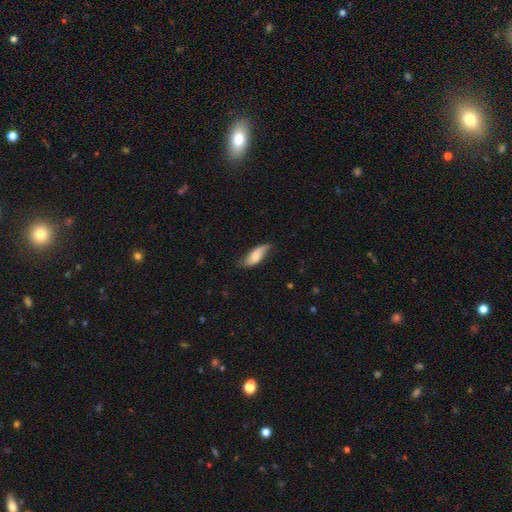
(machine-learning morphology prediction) Smooth or featured: smooth — 66% (featured or disk — 28%)
How rounded: in between — 72% (cigar-shaped — 25%)
Merging: none — 57% (minor disturbance — 33%)